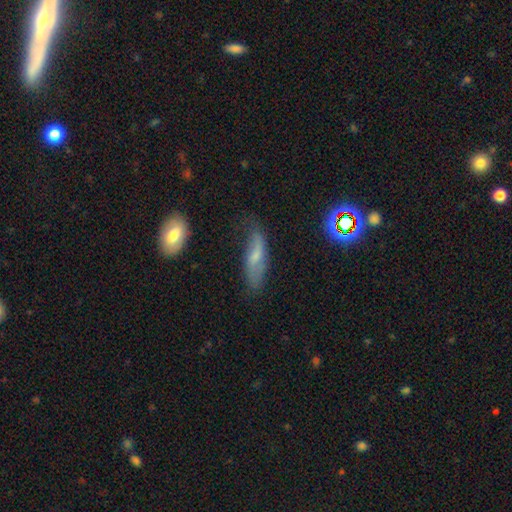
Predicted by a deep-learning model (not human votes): smooth_or_featured: smooth (p=0.48) [alt: featured or disk p=0.41]
merging: none (p=0.59) [alt: minor disturbance p=0.28]